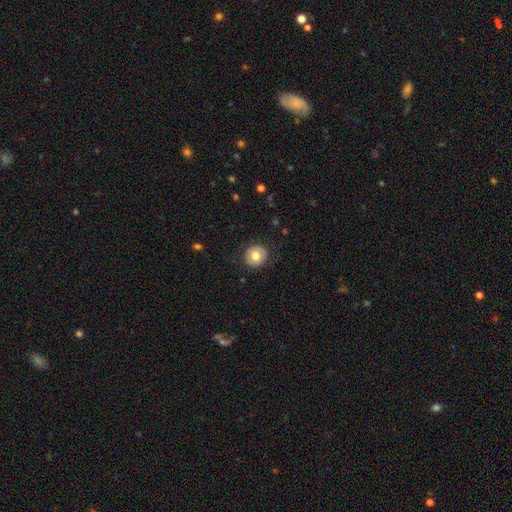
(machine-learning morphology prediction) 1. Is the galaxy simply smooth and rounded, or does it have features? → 71% smooth, 21% featured or disk, 8% star or artifact.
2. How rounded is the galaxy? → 89% round, 10% in between, 1% cigar-shaped.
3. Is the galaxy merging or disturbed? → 87% none, 9% minor disturbance, 3% major disturbance, 1% merger.